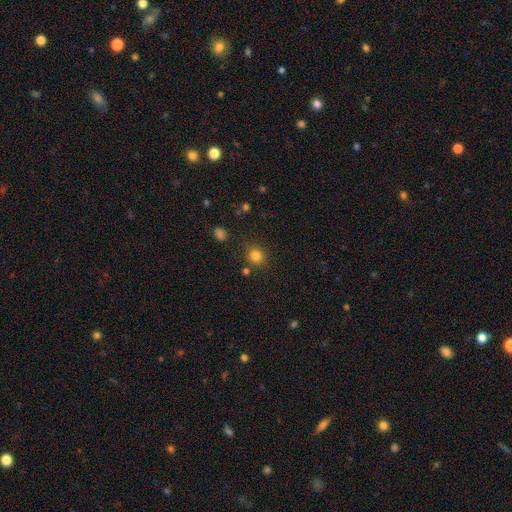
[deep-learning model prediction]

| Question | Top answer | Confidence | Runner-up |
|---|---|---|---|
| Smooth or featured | smooth | 81% | star or artifact (14%) |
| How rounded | round | 83% | in between (16%) |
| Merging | none | 84% | minor disturbance (9%) |